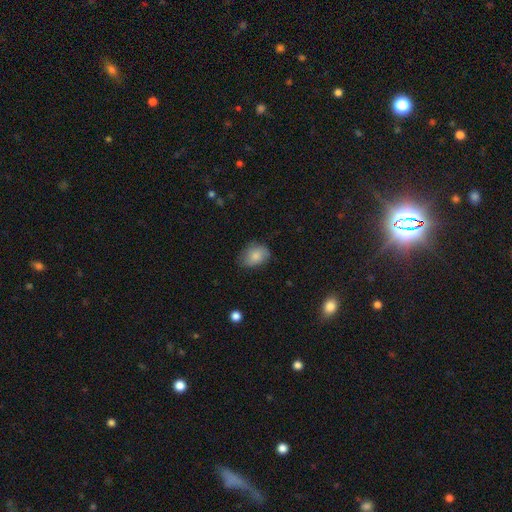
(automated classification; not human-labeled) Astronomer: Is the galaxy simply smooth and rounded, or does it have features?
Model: smooth — 82%.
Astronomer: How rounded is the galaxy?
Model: in between — 74%.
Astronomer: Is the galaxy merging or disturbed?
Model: none — 67%.